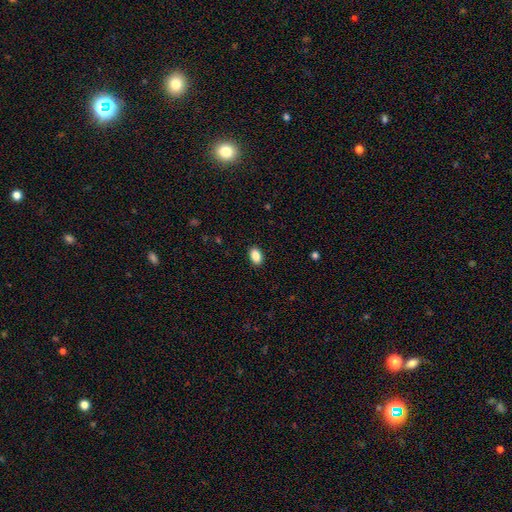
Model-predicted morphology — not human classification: A smooth galaxy with no disk features (87%) that is in between round and cigar-shaped (88%).

Vote fractions:
- Smooth or featured? smooth: 87% / star or artifact: 8% / featured or disk: 4%
- How rounded? in between: 88% / round: 11% / cigar-shaped: 1%
- Merging? none: 90% / minor disturbance: 7% / major disturbance: 2% / merger: 1%